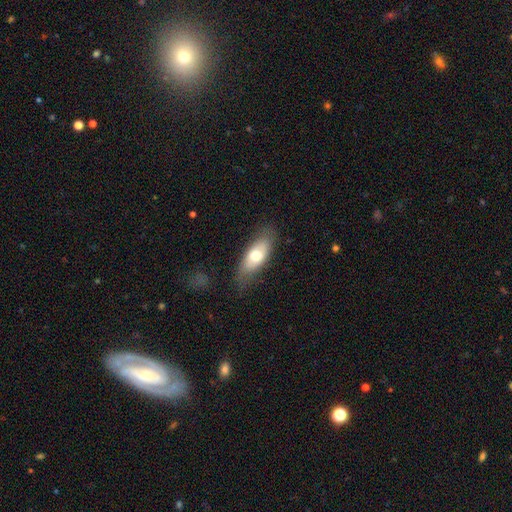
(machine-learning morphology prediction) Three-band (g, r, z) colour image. It shows a smooth galaxy with no disk features (65%) that is in between round and cigar-shaped (81%). Merging: none (75%).